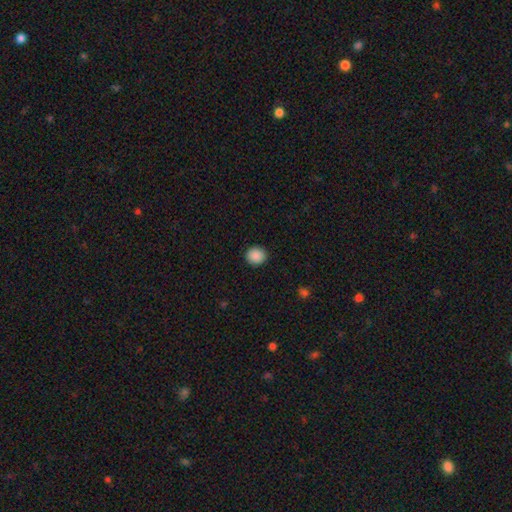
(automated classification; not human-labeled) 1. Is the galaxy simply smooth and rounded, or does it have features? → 89% smooth, 8% star or artifact, 2% featured or disk.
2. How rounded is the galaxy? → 87% round, 12% in between, 1% cigar-shaped.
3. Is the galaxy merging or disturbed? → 92% none, 6% minor disturbance, 2% major disturbance, 1% merger.